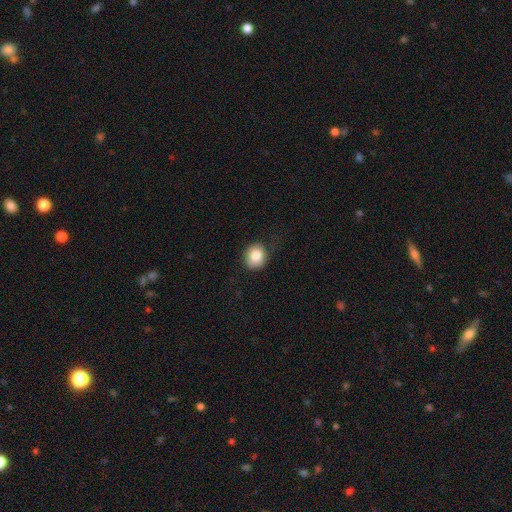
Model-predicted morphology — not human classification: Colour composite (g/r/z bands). It shows a smooth galaxy with no disk features (83%) that is round (69%). Merging: none (72%).